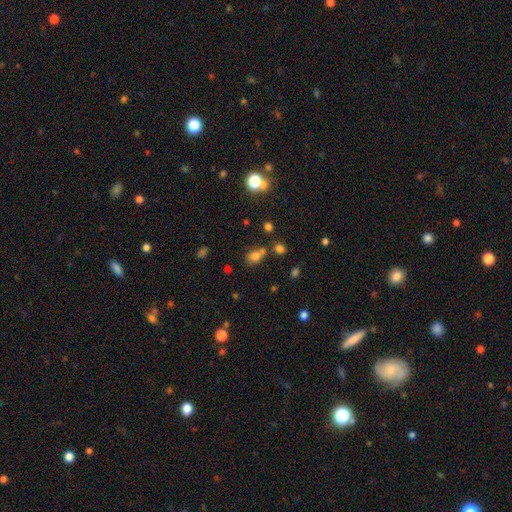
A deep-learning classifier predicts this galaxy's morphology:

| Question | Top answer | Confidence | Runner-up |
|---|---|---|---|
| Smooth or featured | smooth | 72% | star or artifact (18%) |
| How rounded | in between | 58% | round (41%) |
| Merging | none | 48% | merger (30%) |